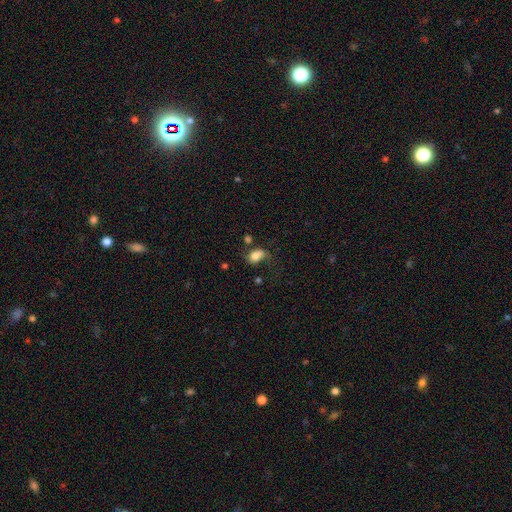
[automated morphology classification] This appears to be a smooth galaxy with no disk features (75%) that is in between round and cigar-shaped (76%). Merging: none (36%).